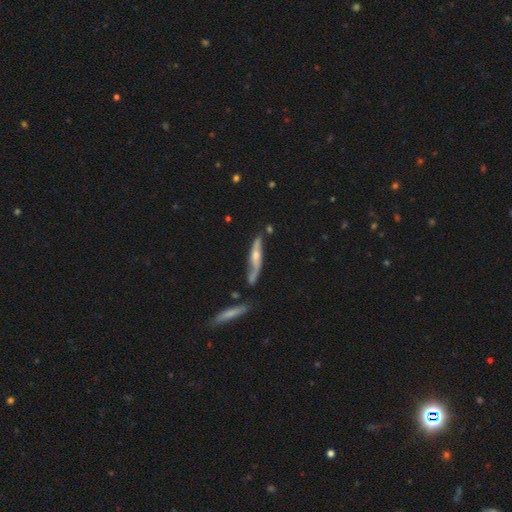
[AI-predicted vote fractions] This appears to be a featured or disk galaxy (71%) viewed edge-on (64%). Merging: none (62%).